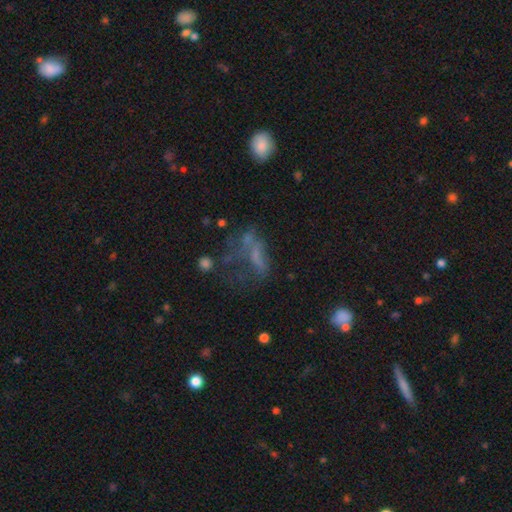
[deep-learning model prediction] Q: Smooth or featured?
A: smooth (40%); runner-up: featured or disk (36%)
Q: Merging?
A: major disturbance (39%); runner-up: none (31%)